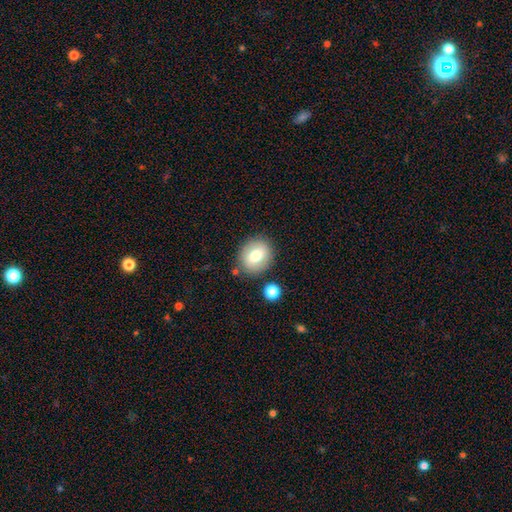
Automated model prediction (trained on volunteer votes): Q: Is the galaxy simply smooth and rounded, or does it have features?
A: smooth — 71%.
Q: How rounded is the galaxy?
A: round — 65%.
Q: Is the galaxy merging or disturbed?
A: none — 81%.